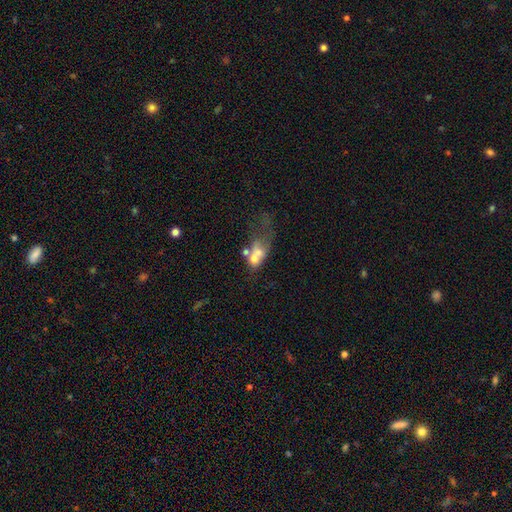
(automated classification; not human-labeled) Smooth or featured: smooth — 50% (featured or disk — 37%)
How rounded: in between — 69% (round — 25%)
Merging: merger — 51% (major disturbance — 26%)